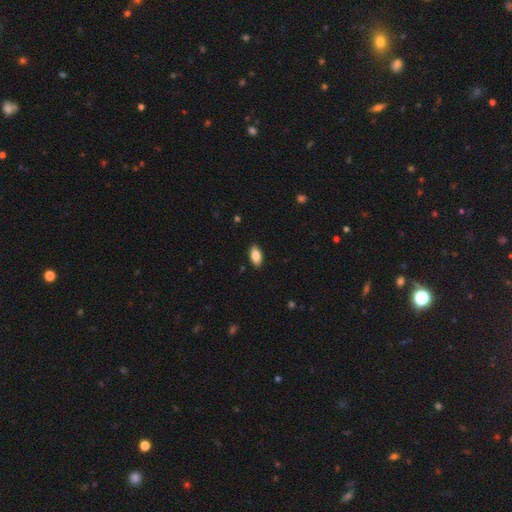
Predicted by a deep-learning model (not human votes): Morphology: type=smooth (84%); roundness=in between (92%); merging=none (90%).